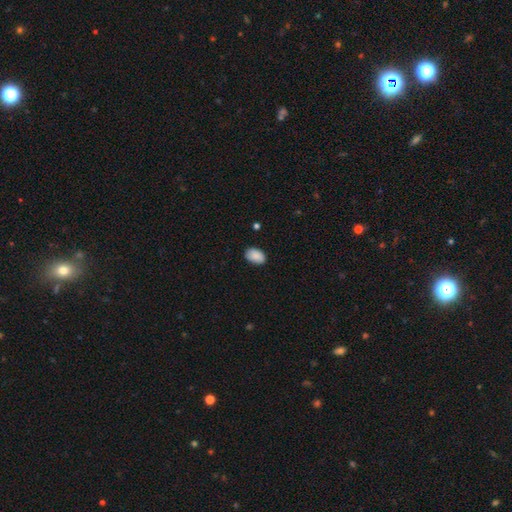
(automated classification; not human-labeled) Morphology: type=smooth (89%); roundness=in between (88%); merging=none (84%).